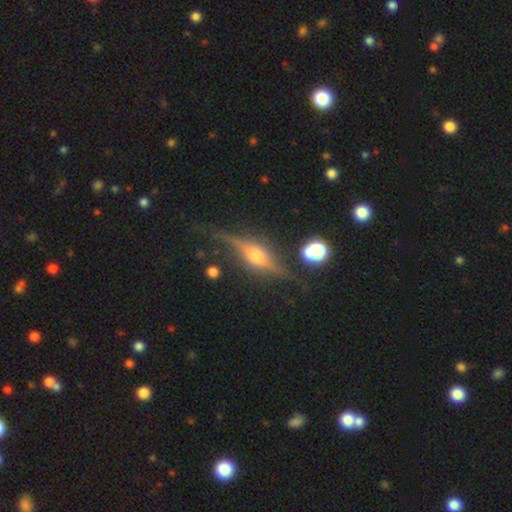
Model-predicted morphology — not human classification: featured or disk 82%, smooth 10%, star or artifact 8%. Down the decision tree: edge-on disk — yes (93%); edge-on bulge — rounded (92%); merging — none (78%).